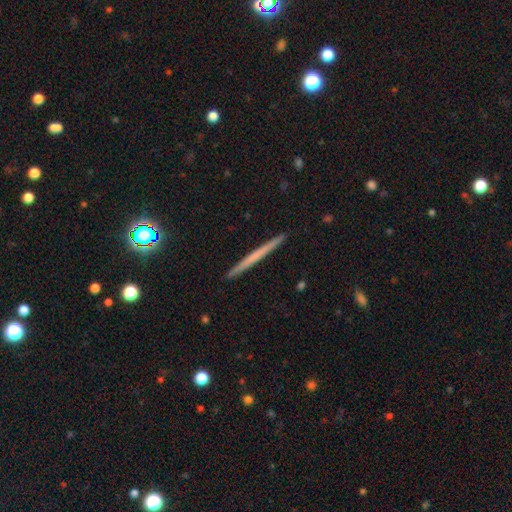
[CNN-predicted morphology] smooth_or_featured: smooth (p=0.47) [alt: featured or disk p=0.46]
merging: none (p=0.93) [alt: minor disturbance p=0.05]